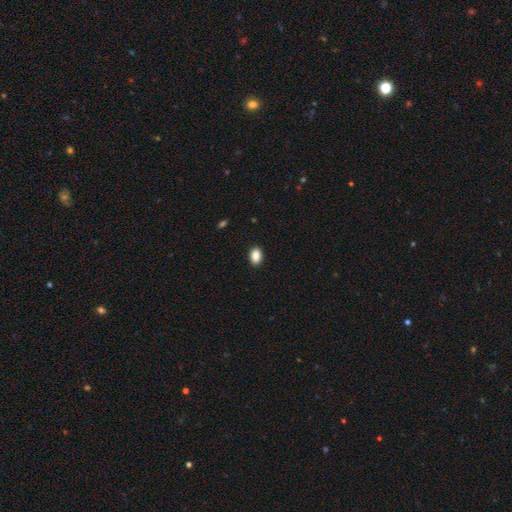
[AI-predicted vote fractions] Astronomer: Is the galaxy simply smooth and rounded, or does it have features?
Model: smooth — 89%.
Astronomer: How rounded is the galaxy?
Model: in between — 85%.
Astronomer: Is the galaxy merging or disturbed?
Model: none — 90%.